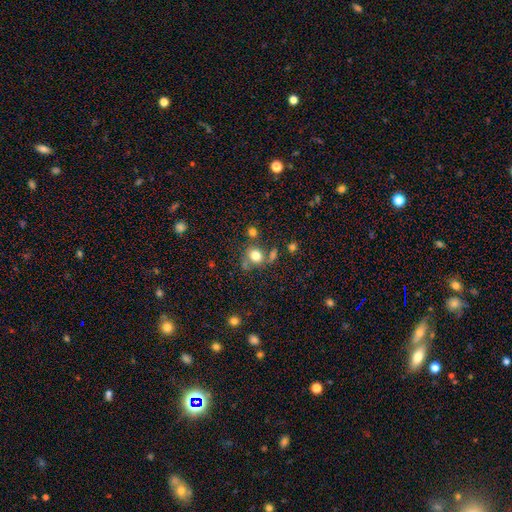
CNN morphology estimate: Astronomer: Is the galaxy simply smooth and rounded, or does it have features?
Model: smooth — 77%.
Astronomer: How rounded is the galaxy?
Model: round — 76%.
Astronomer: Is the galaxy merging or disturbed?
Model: none — 62%.